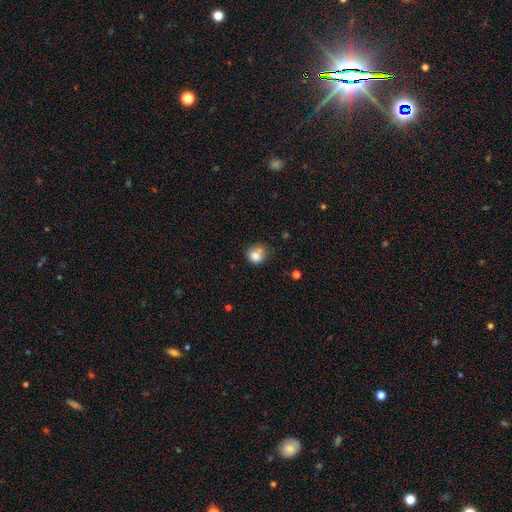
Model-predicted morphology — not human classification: Smooth or featured? smooth (82%)
How rounded? round (81%)
Merging? none (58%)